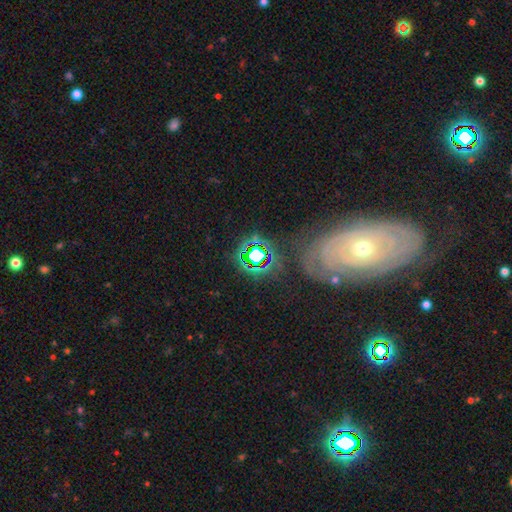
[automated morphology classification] A star or artifact, not a galaxy (70%).

Vote fractions:
- Smooth or featured? star or artifact: 70% / smooth: 18% / featured or disk: 12%